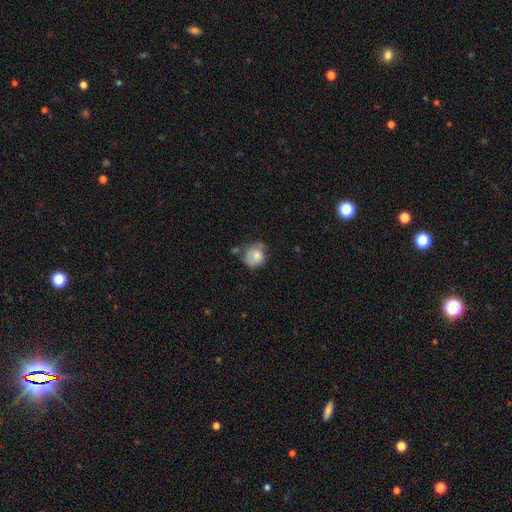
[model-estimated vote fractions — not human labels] smooth-or-featured: smooth: 73% | featured or disk: 18% | star or artifact: 8%
  how-rounded: round: 71% | in between: 28% | cigar-shaped: 1%
  merging: none: 45% | minor disturbance: 34% | major disturbance: 12% | merger: 10%